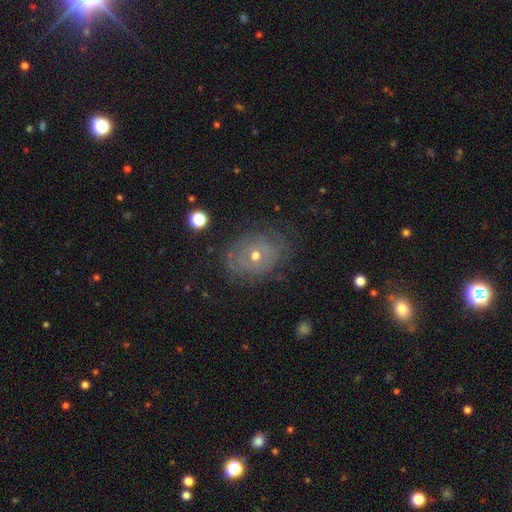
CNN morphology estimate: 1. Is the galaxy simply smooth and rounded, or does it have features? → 64% featured or disk, 25% smooth, 11% star or artifact.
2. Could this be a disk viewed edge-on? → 96% no, 4% yes.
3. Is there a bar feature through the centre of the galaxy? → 85% no, 12% weak, 3% strong.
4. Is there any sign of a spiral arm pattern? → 59% yes, 41% no.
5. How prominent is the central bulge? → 62% moderate, 33% small, 2% large, 1% none, 1% dominant.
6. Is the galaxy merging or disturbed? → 68% none, 19% minor disturbance, 11% major disturbance, 2% merger.